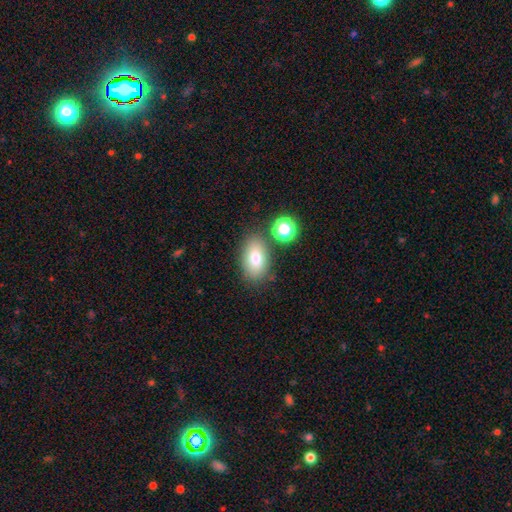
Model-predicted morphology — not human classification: This is likely a smooth galaxy (77%). How rounded: clearly in between (89%). Merging: likely none (77%).